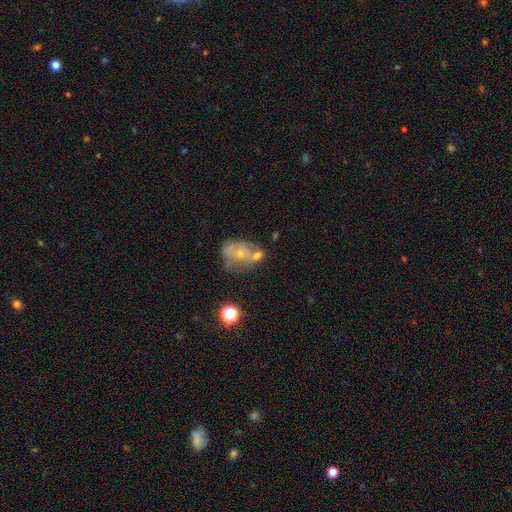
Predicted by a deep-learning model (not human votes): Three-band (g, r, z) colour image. It shows a featured or disk galaxy (51%). Merging: none (34%).